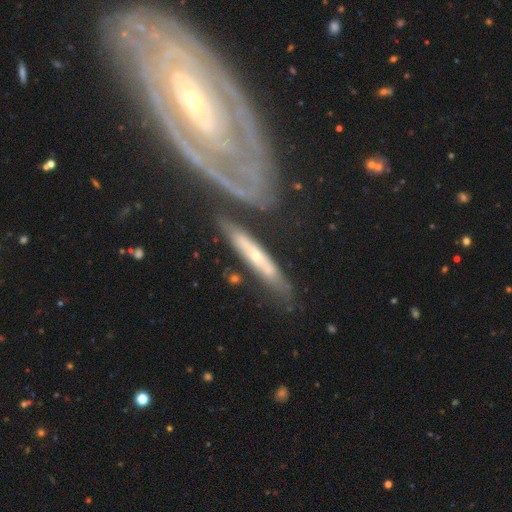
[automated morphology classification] smooth_or_featured: featured or disk (p=0.63) [alt: smooth p=0.30]
disk_edge_on: yes (p=0.58) [alt: no p=0.42]
merging: none (p=0.68) [alt: minor disturbance p=0.17]